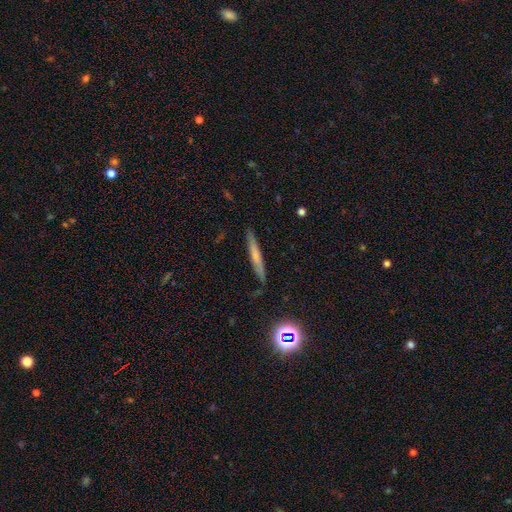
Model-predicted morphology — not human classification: The model was most divided on "smooth or featured": smooth: 55%, featured or disk: 36%, star or artifact: 9%. More confident: how rounded — cigar-shaped (94%); merging — none (84%).